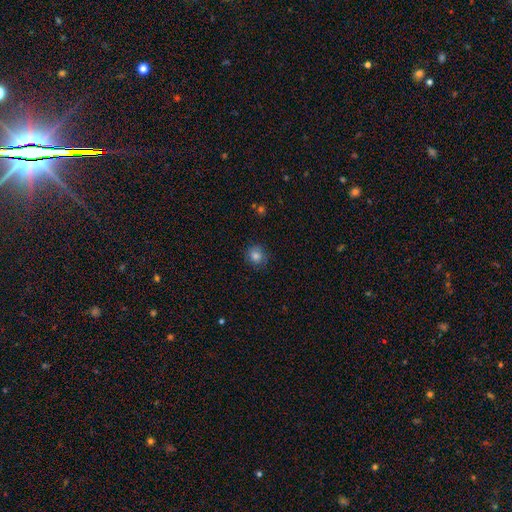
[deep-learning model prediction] smooth 82%, star or artifact 10%, featured or disk 7%. Down the decision tree: how rounded — round (85%); merging — none (81%).